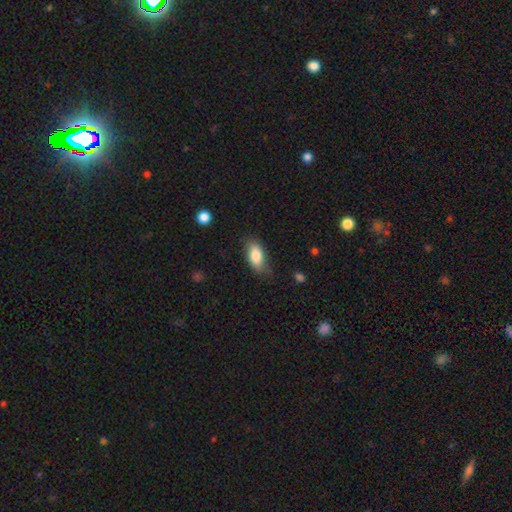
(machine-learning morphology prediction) Smooth or featured: smooth — 82% (featured or disk — 11%)
How rounded: in between — 88% (cigar-shaped — 8%)
Merging: none — 68% (minor disturbance — 24%)